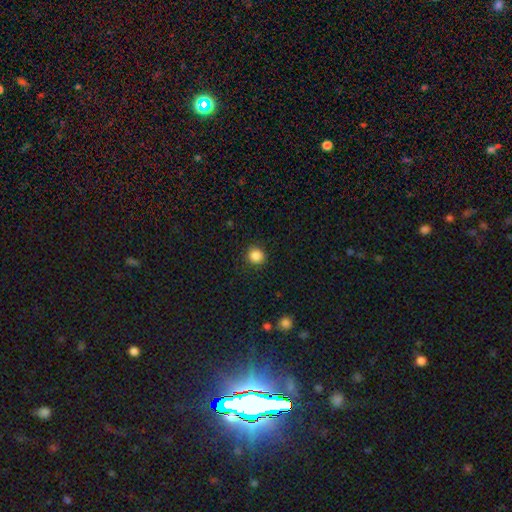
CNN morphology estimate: Overall: smooth (86%). How rounded: round (91%). Merging: none (90%).